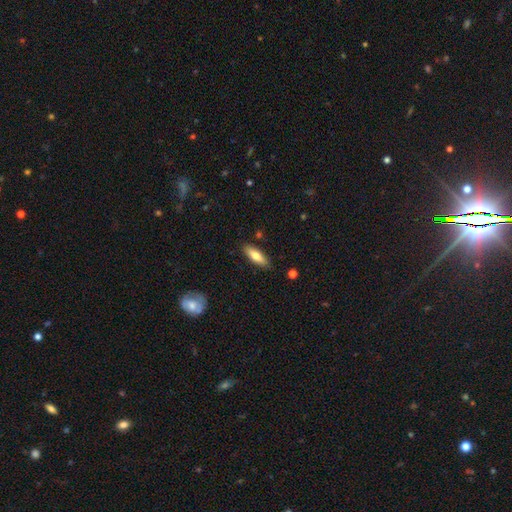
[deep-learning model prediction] smooth-or-featured: smooth: 71% | featured or disk: 23% | star or artifact: 6%
  how-rounded: in between: 56% | cigar-shaped: 42% | round: 2%
  merging: none: 86% | minor disturbance: 11% | major disturbance: 2% | merger: 2%